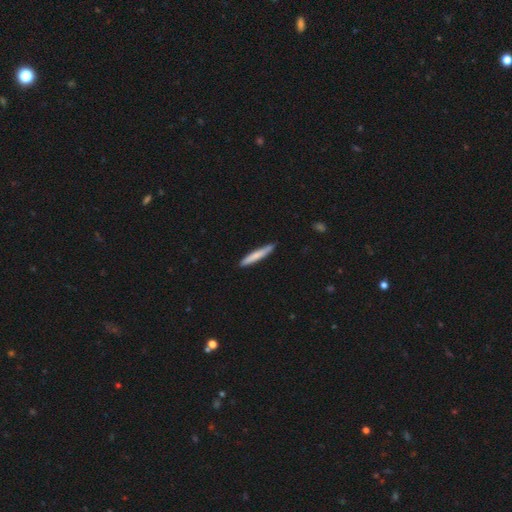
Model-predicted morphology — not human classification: smooth_or_featured: smooth (p=0.73) [alt: featured or disk p=0.22]
how_rounded: cigar-shaped (p=0.95) [alt: in between p=0.04]
merging: none (p=0.85) [alt: minor disturbance p=0.12]